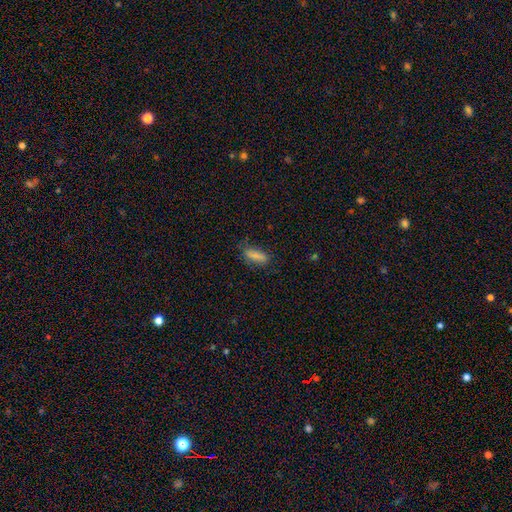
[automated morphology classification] A smooth galaxy with no disk features (79%) that is in between round and cigar-shaped (65%).

Vote fractions:
- Smooth or featured? smooth: 79% / featured or disk: 12% / star or artifact: 8%
- How rounded? in between: 65% / cigar-shaped: 32% / round: 3%
- Merging? none: 70% / minor disturbance: 22% / major disturbance: 6% / merger: 2%